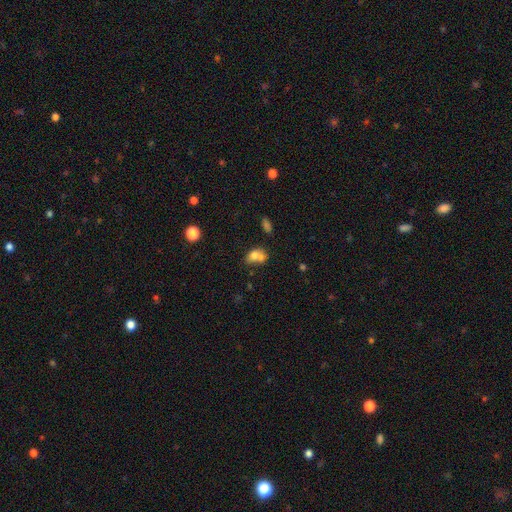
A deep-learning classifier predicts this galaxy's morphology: smooth-or-featured: smooth: 70% | featured or disk: 19% | star or artifact: 11%
  how-rounded: in between: 62% | round: 37% | cigar-shaped: 2%
  merging: merger: 59% | none: 25% | minor disturbance: 10% | major disturbance: 5%